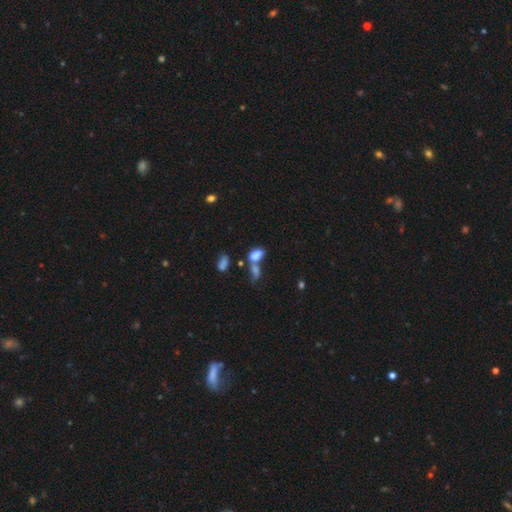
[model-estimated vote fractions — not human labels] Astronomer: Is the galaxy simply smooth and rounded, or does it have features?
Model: smooth — 75%.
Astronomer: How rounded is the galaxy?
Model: in between — 88%.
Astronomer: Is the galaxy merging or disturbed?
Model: merger — 56%.